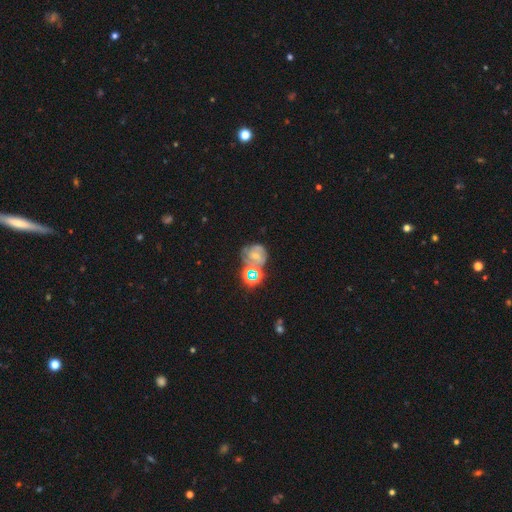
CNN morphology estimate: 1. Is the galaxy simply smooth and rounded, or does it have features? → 53% featured or disk, 24% smooth, 22% star or artifact.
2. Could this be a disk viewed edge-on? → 98% no, 2% yes.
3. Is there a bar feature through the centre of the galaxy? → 59% no, 32% weak, 9% strong.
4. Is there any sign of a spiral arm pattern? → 79% yes, 21% no.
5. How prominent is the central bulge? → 58% small, 33% moderate, 5% none, 3% large, 2% dominant.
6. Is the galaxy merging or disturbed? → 46% none, 23% merger, 19% minor disturbance, 12% major disturbance.